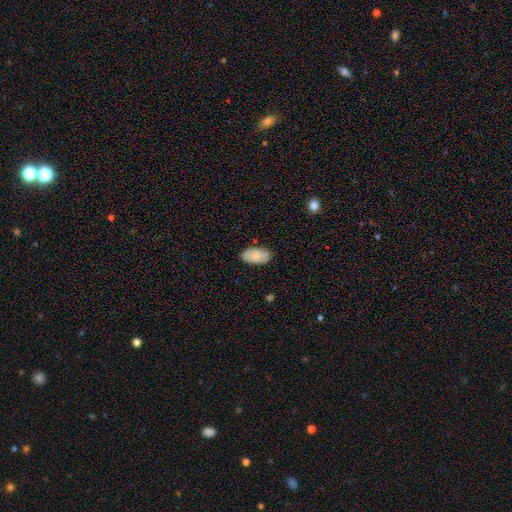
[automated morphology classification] A smooth galaxy with no disk features (78%) that is in between round and cigar-shaped (95%). Merging: none (82%).